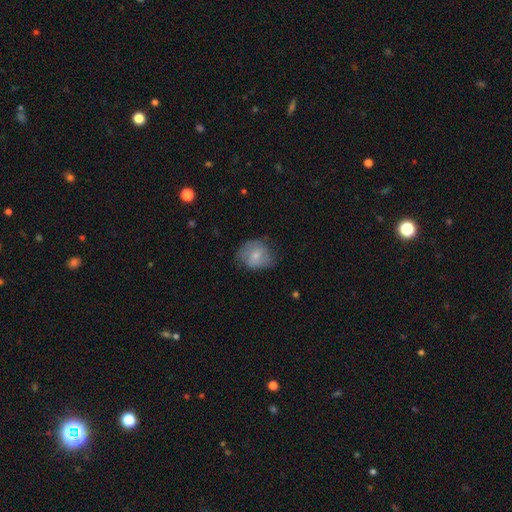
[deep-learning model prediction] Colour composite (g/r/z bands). It shows a smooth galaxy with no disk features (63%) that is round (62%). Merging: none (61%).